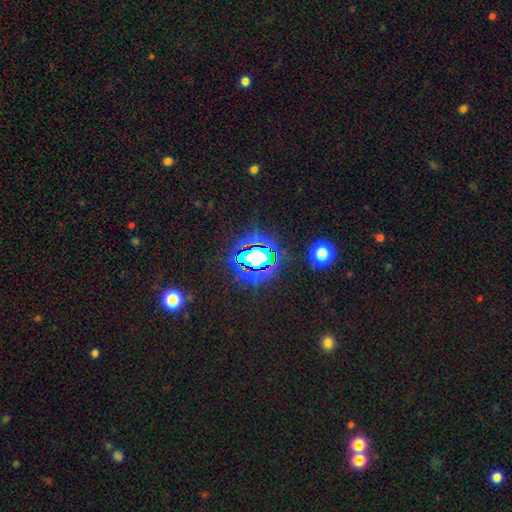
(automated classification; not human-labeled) smooth_or_featured: star or artifact (p=0.70) [alt: smooth p=0.18]